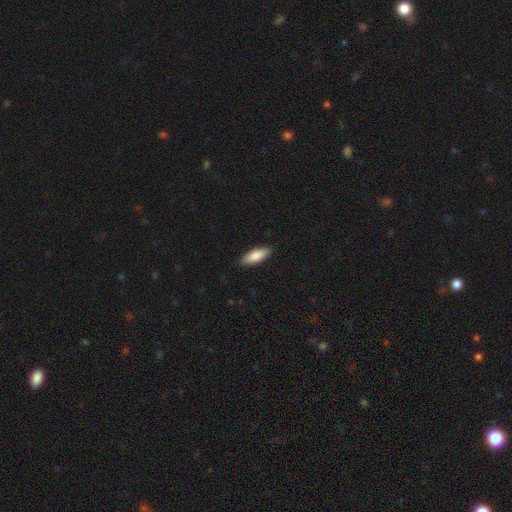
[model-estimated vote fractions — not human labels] This appears to be a smooth galaxy with no disk features (84%) that is in between round and cigar-shaped (68%). Merging: none (89%).